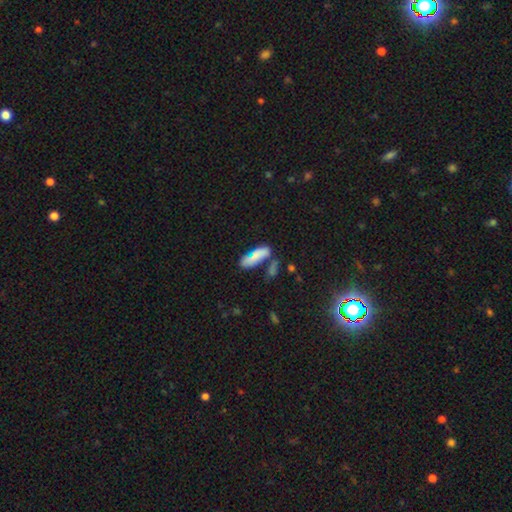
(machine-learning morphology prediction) Smooth or featured? Predicted: smooth (p=0.74). How rounded? Predicted: in between (p=0.62). Merging? Predicted: none (p=0.44).